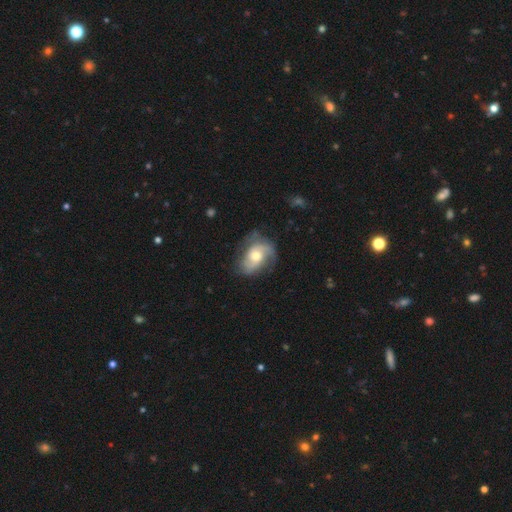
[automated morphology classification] Smooth or featured: featured or disk — 77% (smooth — 17%)
Edge-on disk: no — 97% (yes — 3%)
Bar: no — 69% (weak — 26%)
Spiral arms: yes — 93% (no — 7%)
Spiral winding: medium — 45% (tight — 29%)
Spiral arm count: 2 — 66% (can't tell — 13%)
Bulge size: moderate — 68% (small — 20%)
Merging: none — 64% (minor disturbance — 23%)